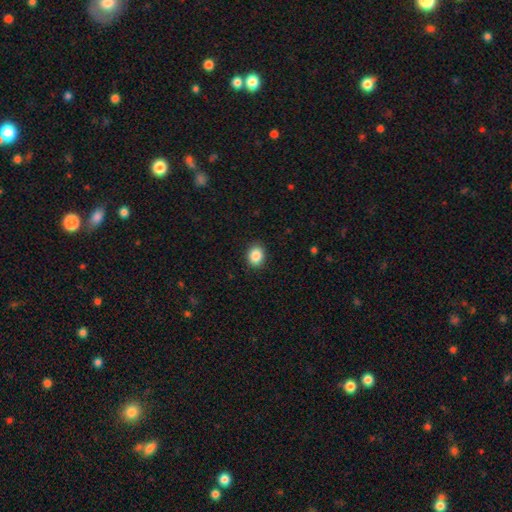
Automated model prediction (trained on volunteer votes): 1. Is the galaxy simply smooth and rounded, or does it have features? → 87% smooth, 9% star or artifact, 4% featured or disk.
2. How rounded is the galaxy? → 52% in between, 47% round, 1% cigar-shaped.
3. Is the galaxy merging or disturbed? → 89% none, 8% minor disturbance, 2% major disturbance, 1% merger.